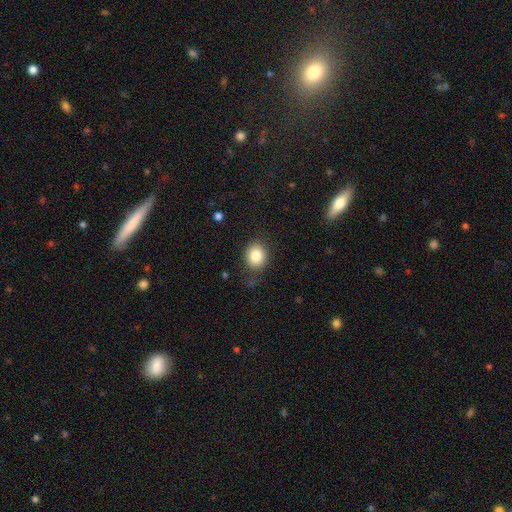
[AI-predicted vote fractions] Smooth or featured? Predicted: smooth (p=0.83). How rounded? Predicted: round (p=0.66). Merging? Predicted: none (p=0.80).